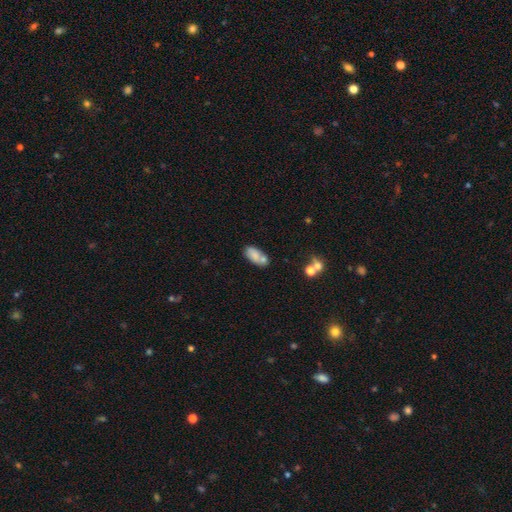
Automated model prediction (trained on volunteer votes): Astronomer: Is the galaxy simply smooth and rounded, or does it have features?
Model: smooth — 75%.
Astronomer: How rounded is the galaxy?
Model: in between — 90%.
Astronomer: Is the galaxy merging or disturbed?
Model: none — 50% (runner-up: merger, 27%).